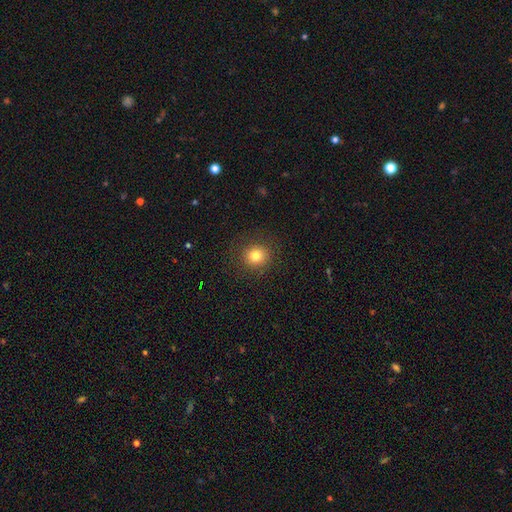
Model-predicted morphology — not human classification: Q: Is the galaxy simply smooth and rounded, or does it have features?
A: smooth — 80%.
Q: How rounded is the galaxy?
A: round — 90%.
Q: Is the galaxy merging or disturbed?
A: none — 89%.